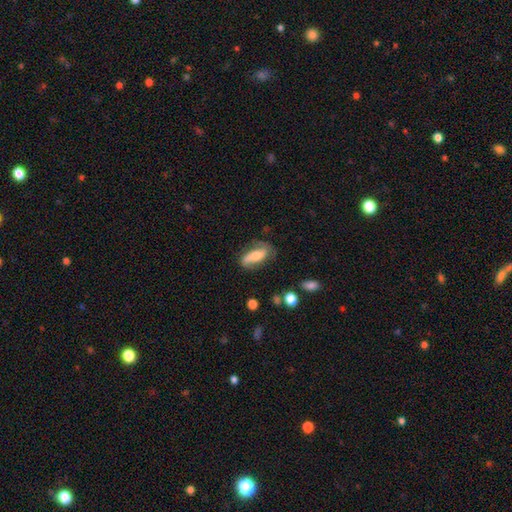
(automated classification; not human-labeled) Smooth or featured?
  - featured or disk: 47% *
  - smooth: 46%
  - star or artifact: 7%
Merging?
  - none: 62% *
  - minor disturbance: 24%
  - major disturbance: 11%
  - merger: 3%